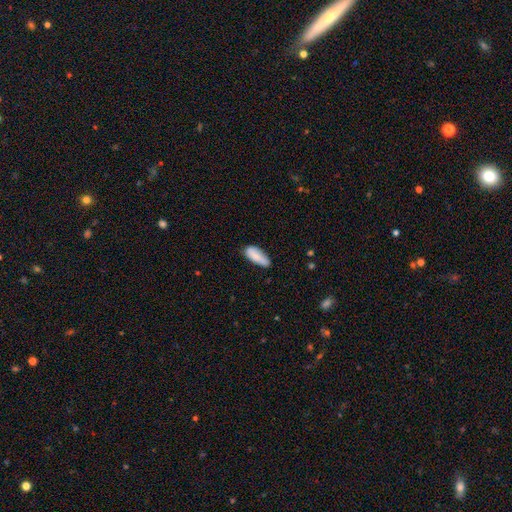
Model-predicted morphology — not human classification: type=smooth (83%); roundness=in between (73%); merging=none (64%).